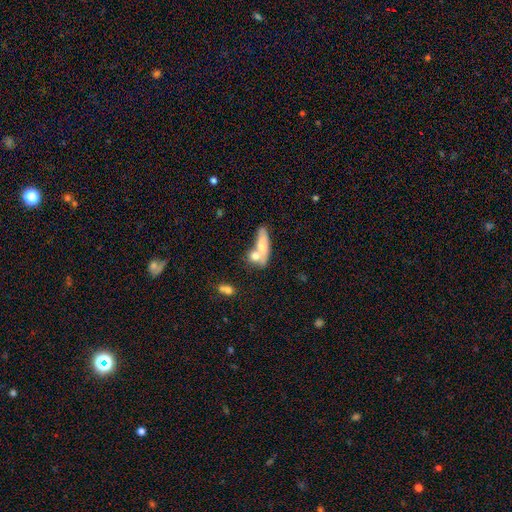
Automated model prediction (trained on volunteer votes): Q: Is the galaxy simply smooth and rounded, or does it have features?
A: smooth — 65%.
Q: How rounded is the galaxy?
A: in between — 51%.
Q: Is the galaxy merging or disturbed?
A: merger — 56%.